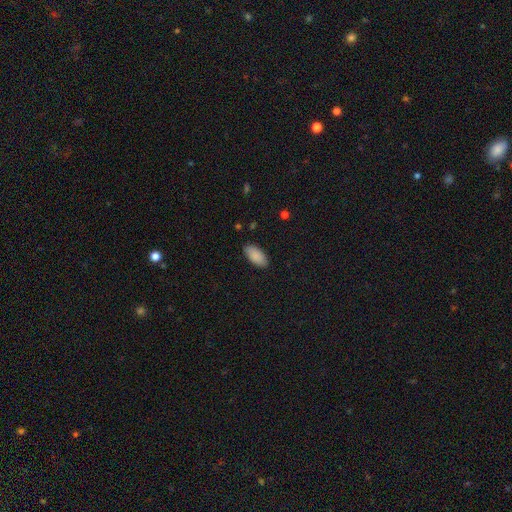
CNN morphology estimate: The model was most divided on "merging": none: 87%, minor disturbance: 10%, major disturbance: 2%, merger: 1%. More confident: how rounded — in between (93%); smooth or featured — smooth (89%).